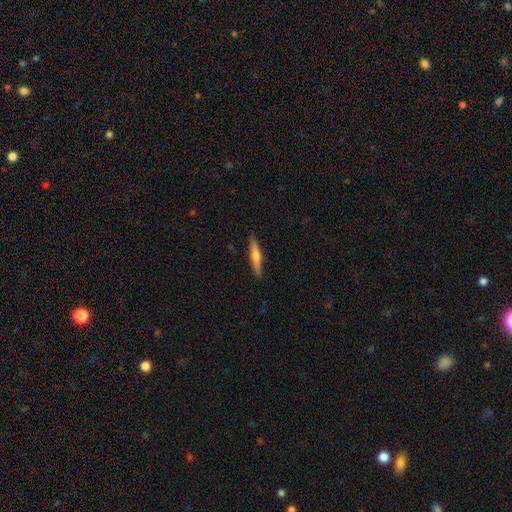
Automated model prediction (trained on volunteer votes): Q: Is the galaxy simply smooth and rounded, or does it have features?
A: smooth — 48%.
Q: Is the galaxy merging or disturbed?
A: none — 90%.